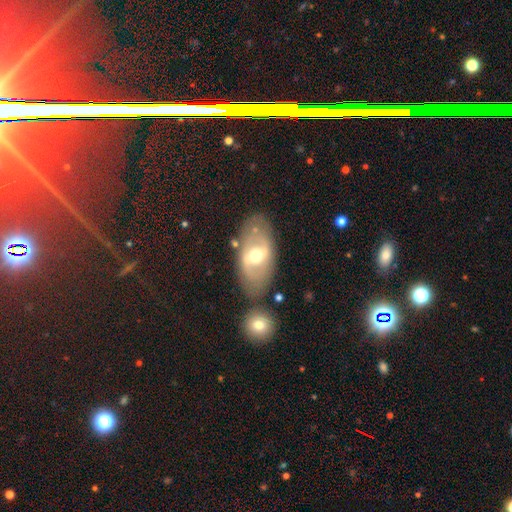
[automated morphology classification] Overall: featured or disk (65%; smooth 29%). Edge-on disk: no (90%). Bar: weak (42%; strong 38%). Spiral arms: no (53%; yes 47%). Bulge size: moderate (70%). Merging: none (73%).